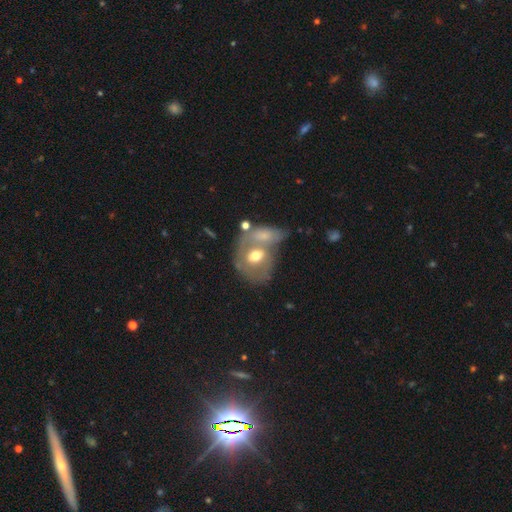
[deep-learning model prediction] Overall: smooth (47%; featured or disk 46%). Merging: merger (44%; none 34%).